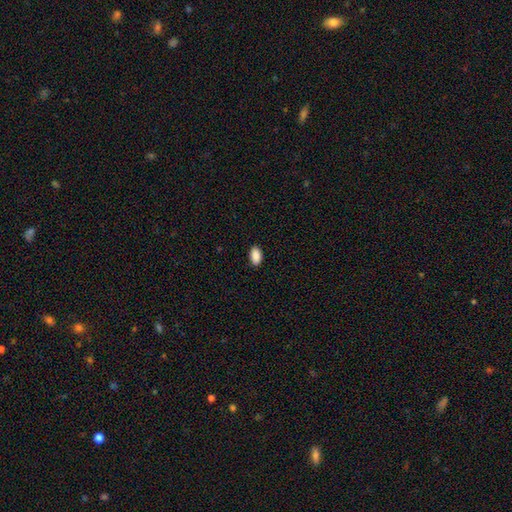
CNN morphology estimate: Overall: smooth (90%). How rounded: in between (93%). Merging: none (89%).